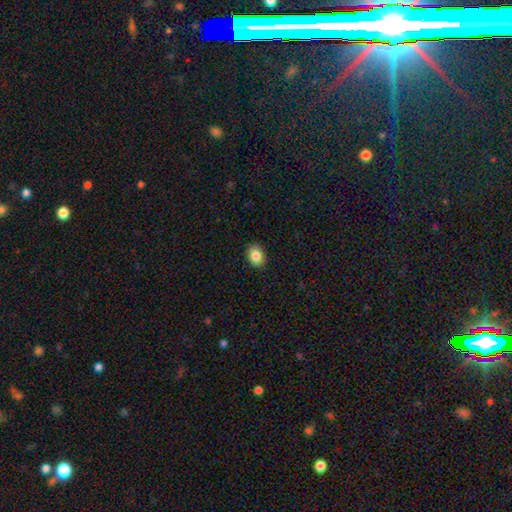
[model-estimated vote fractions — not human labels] smooth-or-featured: smooth: 85% | star or artifact: 8% | featured or disk: 7%
  how-rounded: in between: 72% | round: 27% | cigar-shaped: 1%
  merging: none: 88% | minor disturbance: 10% | major disturbance: 2% | merger: 1%